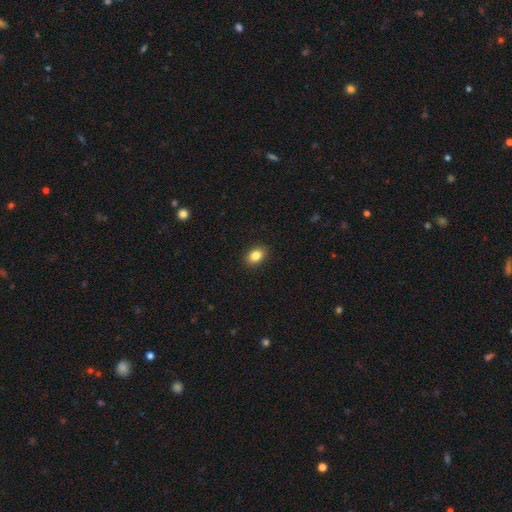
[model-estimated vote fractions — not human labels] Smooth or featured?
  - smooth: 85% *
  - star or artifact: 9%
  - featured or disk: 6%
How rounded?
  - in between: 78% *
  - round: 20%
  - cigar-shaped: 1%
Merging?
  - none: 90% *
  - minor disturbance: 7%
  - major disturbance: 2%
  - merger: 1%